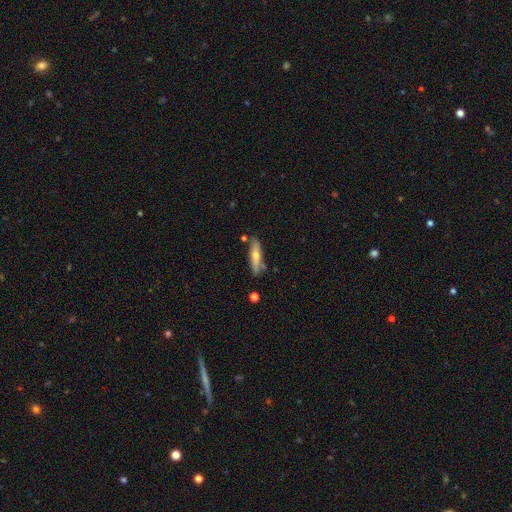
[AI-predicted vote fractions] Smooth or featured? Predicted: smooth (p=0.56). How rounded? Predicted: cigar-shaped (p=0.75). Merging? Predicted: none (p=0.73).